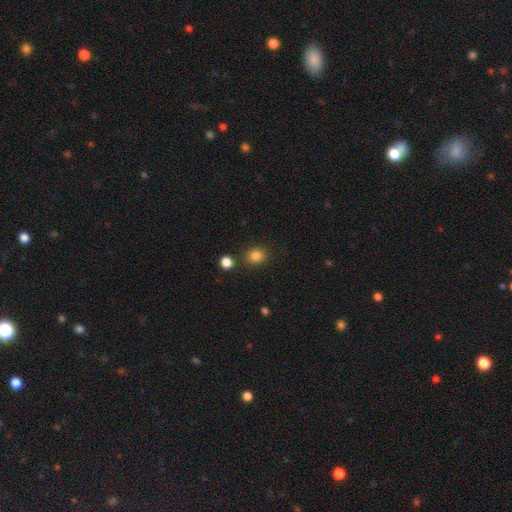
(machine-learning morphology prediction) A smooth galaxy with no disk features (83%) that is round (75%).

Vote fractions:
- Smooth or featured? smooth: 83% / star or artifact: 12% / featured or disk: 5%
- How rounded? round: 75% / in between: 24% / cigar-shaped: 1%
- Merging? none: 84% / minor disturbance: 8% / merger: 5% / major disturbance: 3%